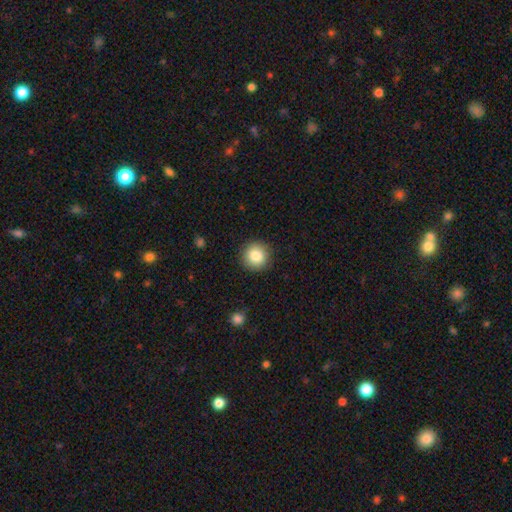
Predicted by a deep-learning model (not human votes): Smooth or featured? Predicted: smooth (p=0.84). How rounded? Predicted: round (p=0.94). Merging? Predicted: none (p=0.89).